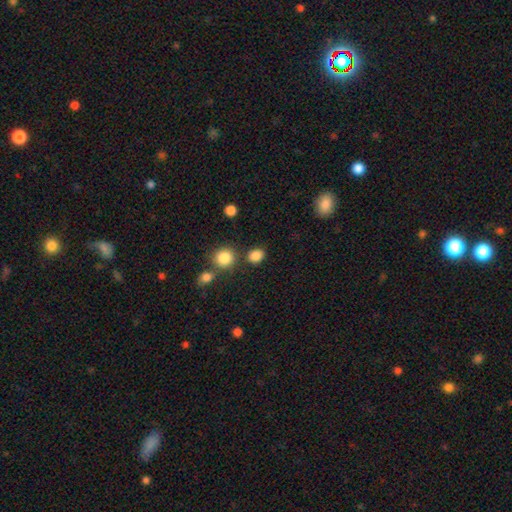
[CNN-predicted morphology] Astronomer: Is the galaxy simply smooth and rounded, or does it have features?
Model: smooth — 85%.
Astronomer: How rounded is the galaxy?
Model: round — 57% (runner-up: in between, 42%).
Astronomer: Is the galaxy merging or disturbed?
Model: none — 77%.